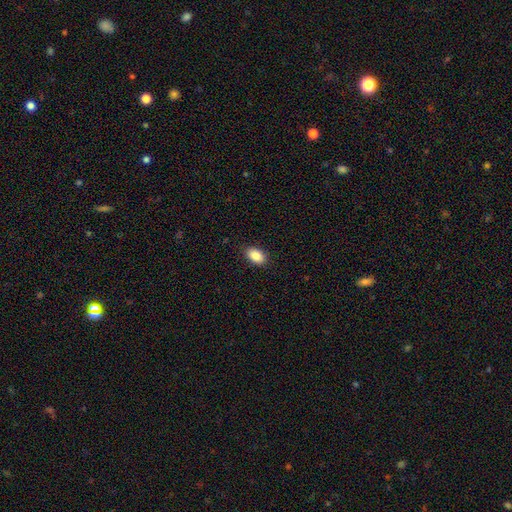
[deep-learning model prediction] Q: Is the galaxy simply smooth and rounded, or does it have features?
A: smooth — 89%.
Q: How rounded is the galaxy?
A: in between — 92%.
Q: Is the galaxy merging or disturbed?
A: none — 88%.